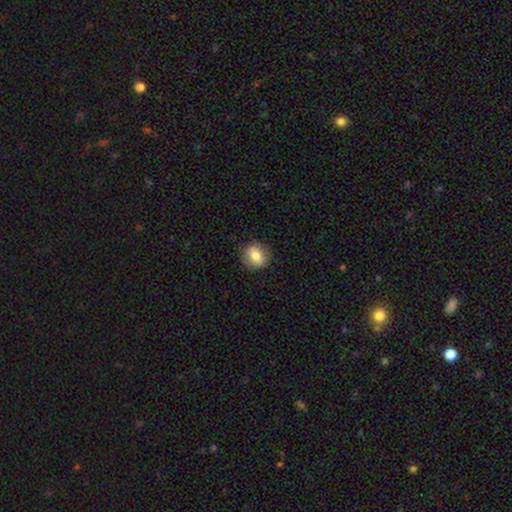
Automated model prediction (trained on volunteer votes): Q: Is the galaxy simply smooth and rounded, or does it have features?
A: smooth — 75%.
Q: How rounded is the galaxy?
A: round — 69%.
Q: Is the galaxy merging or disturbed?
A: none — 87%.